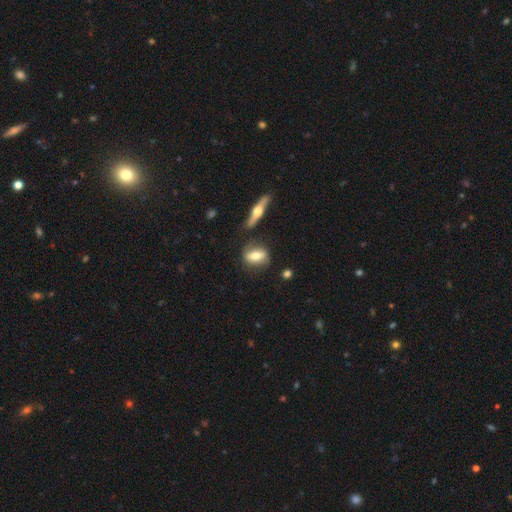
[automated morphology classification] This is possibly a smooth galaxy (51%). How rounded: likely in between (65%). Merging: likely none (72%).